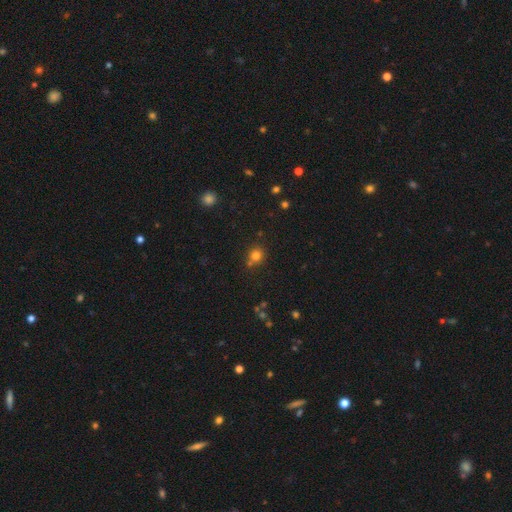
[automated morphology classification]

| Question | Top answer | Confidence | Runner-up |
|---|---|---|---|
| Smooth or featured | smooth | 78% | star or artifact (16%) |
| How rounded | round | 86% | in between (13%) |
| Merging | none | 68% | merger (18%) |